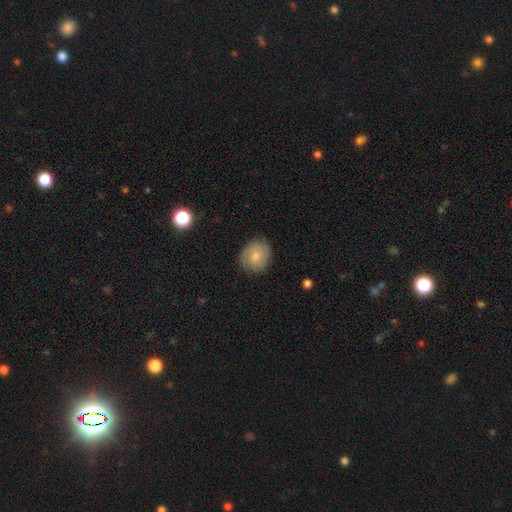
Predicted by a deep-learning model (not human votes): The model was most divided on "smooth or featured": smooth: 66%, featured or disk: 27%, star or artifact: 7%. More confident: merging — none (81%); how rounded — round (71%).